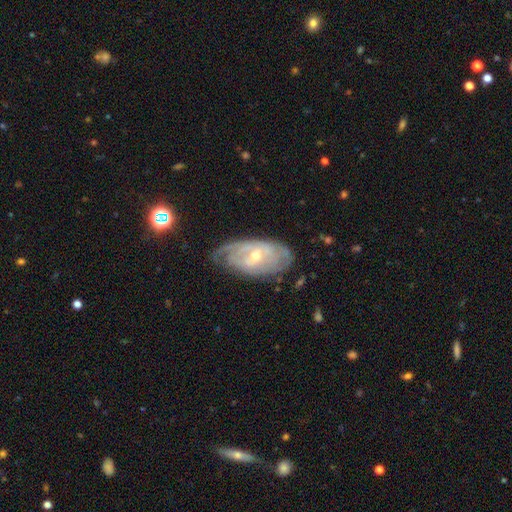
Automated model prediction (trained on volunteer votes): Smooth or featured: featured or disk — 77% (smooth — 16%)
Edge-on disk: no — 93% (yes — 7%)
Bar: weak — 45% (no — 39%)
Spiral arms: yes — 84% (no — 16%)
Spiral winding: tight — 61% (medium — 27%)
Spiral arm count: can't tell — 52% (2 — 25%)
Bulge size: small — 50% (moderate — 47%)
Merging: none — 58% (minor disturbance — 28%)